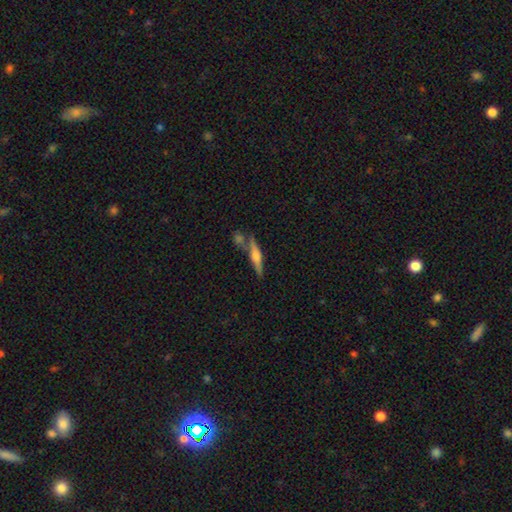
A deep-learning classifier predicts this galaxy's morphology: Smooth or featured? Predicted: featured or disk (p=0.61). Edge-on disk? Predicted: yes (p=0.96). Edge-on bulge? Predicted: rounded (p=0.85). Merging? Predicted: none (p=0.70).